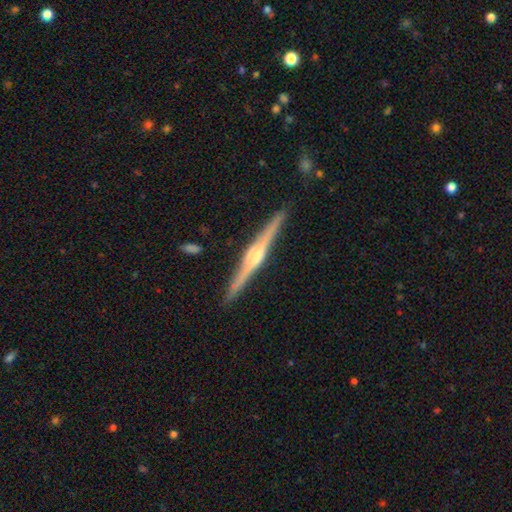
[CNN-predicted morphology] A featured or disk galaxy (82%) viewed edge-on (98%) with a rounded central bulge (70%). Merging: none (91%).